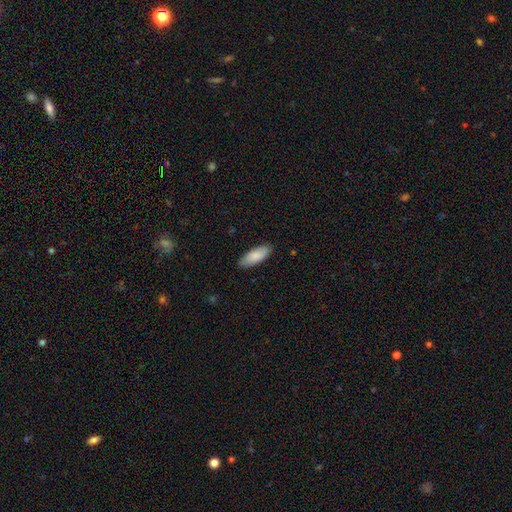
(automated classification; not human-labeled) Smooth or featured? Predicted: smooth (p=0.86). How rounded? Predicted: in between (p=0.77). Merging? Predicted: none (p=0.86).